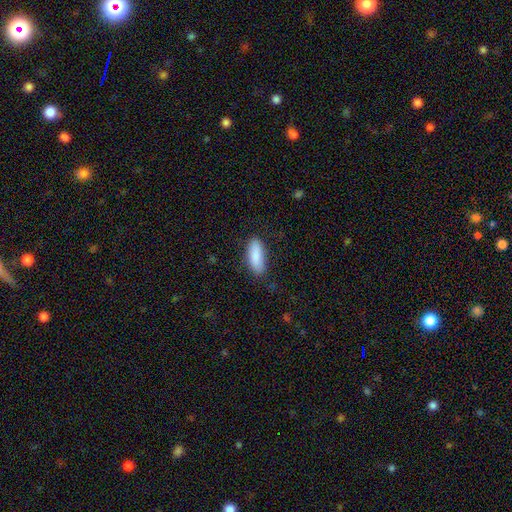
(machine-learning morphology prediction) Smooth or featured: smooth — 87% (featured or disk — 7%)
How rounded: in between — 72% (cigar-shaped — 27%)
Merging: none — 82% (minor disturbance — 14%)